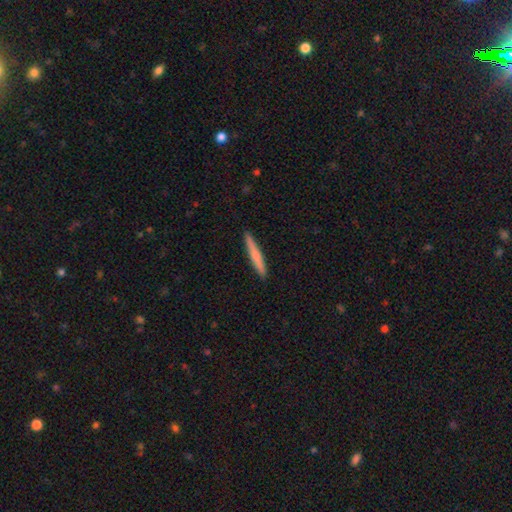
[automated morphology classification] Overall: smooth (70%). How rounded: cigar-shaped (96%). Merging: none (92%).